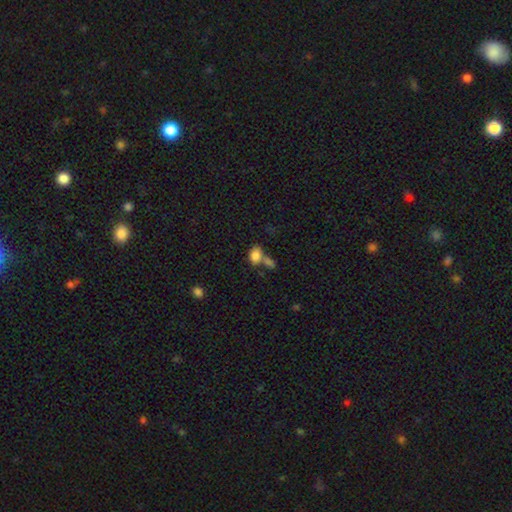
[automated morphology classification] A smooth galaxy with no disk features (83%) that is in between round and cigar-shaped (81%).

Vote fractions:
- Smooth or featured? smooth: 83% / star or artifact: 9% / featured or disk: 8%
- How rounded? in between: 81% / round: 18% / cigar-shaped: 2%
- Merging? merger: 42% / none: 40% / minor disturbance: 13% / major disturbance: 6%